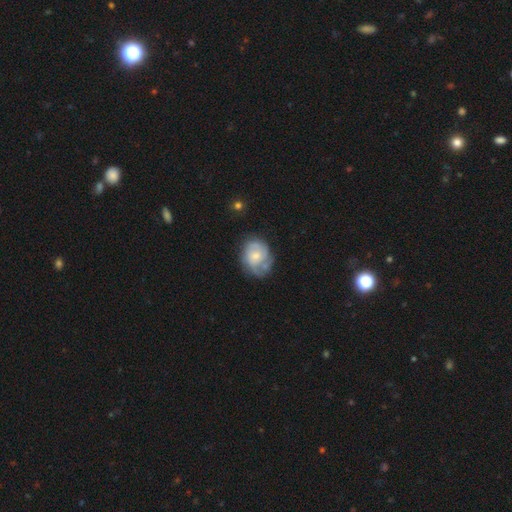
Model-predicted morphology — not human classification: The model was most divided on "spiral arm count": can't tell: 41%, 2: 25%, 3: 18%, 1: 6%, 4: 6%, more than 4: 3%. More confident: edge-on disk — no (97%); spiral arms — yes (82%); bar — no (76%); smooth or featured — featured or disk (63%); merging — none (58%); bulge size — small (55%); spiral winding — tight (53%).